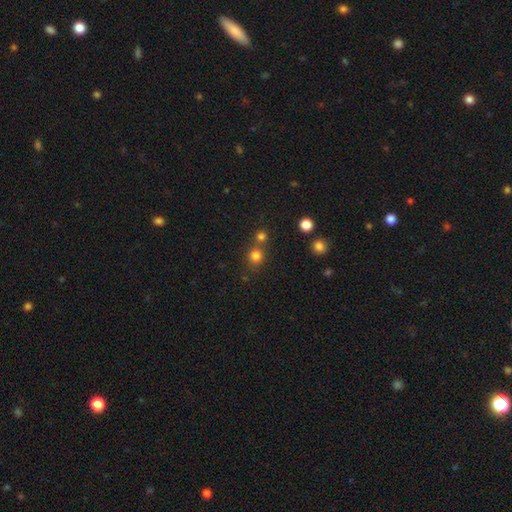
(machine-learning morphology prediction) A smooth galaxy with no disk features (79%) that is round (89%). Merging: none (66%).